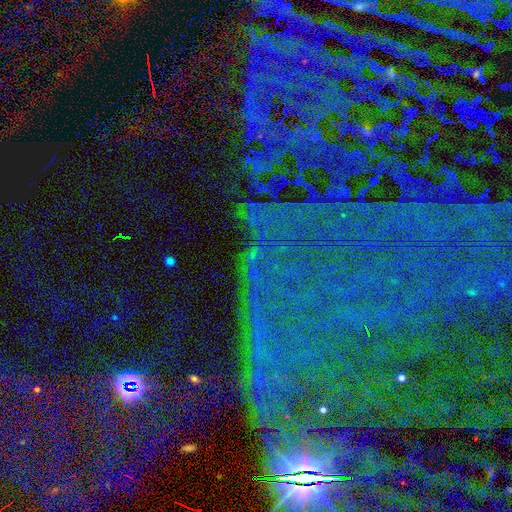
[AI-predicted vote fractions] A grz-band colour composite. It shows a star or artifact, not a galaxy (86%).